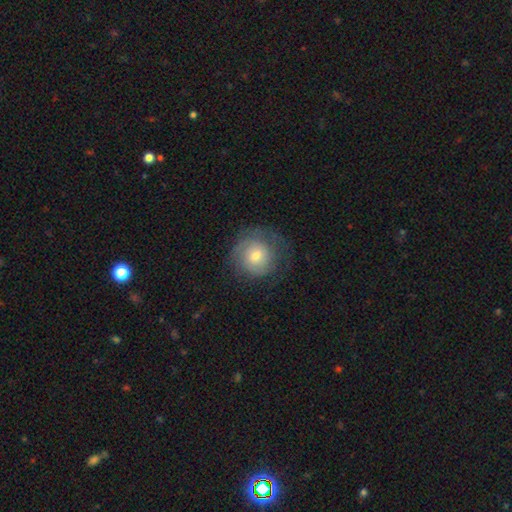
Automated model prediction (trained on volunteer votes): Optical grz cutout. It shows a smooth galaxy with no disk features (49%). Merging: none (68%).